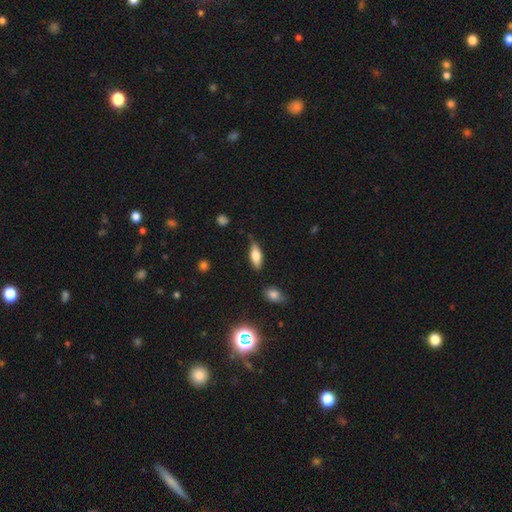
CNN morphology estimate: smooth 70%, featured or disk 23%, star or artifact 8%. Down the decision tree: how rounded — in between (69%); merging — none (74%).